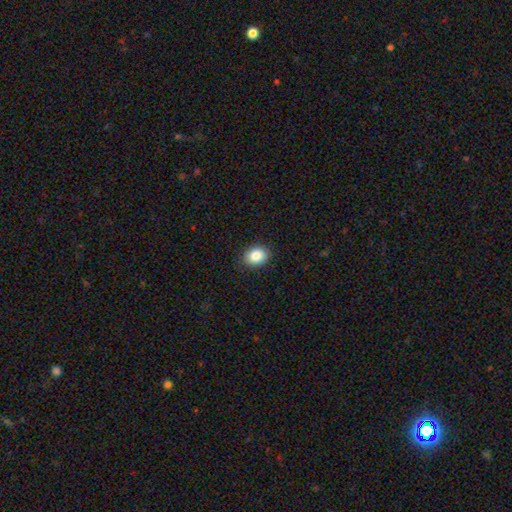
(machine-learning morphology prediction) Overall: smooth (86%). How rounded: in between (62%; round 37%). Merging: none (88%).